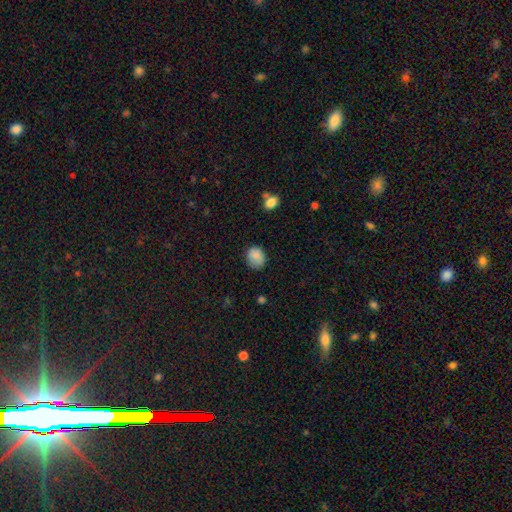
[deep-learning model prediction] Smooth or featured? smooth (85%)
How rounded? round (52%)
Merging? none (73%)